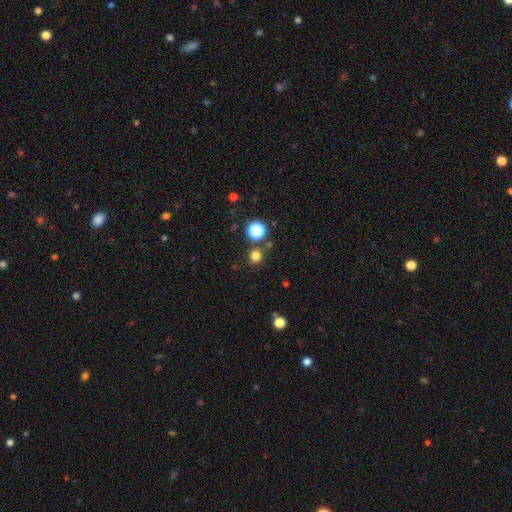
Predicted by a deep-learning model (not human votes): A smooth galaxy with no disk features (77%) that is round (92%). Merging: none (83%).